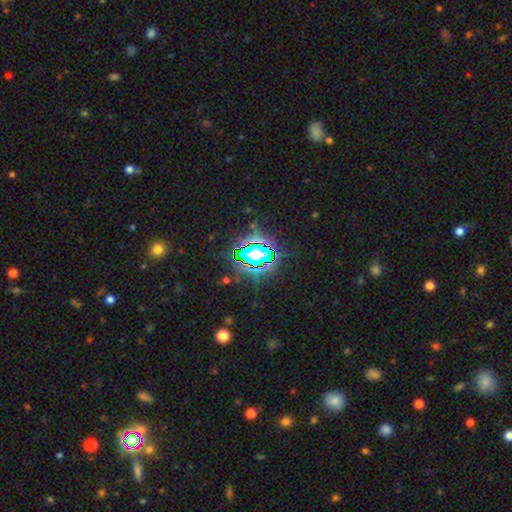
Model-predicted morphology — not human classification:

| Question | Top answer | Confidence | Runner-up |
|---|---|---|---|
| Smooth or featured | star or artifact | 74% | smooth (14%) |